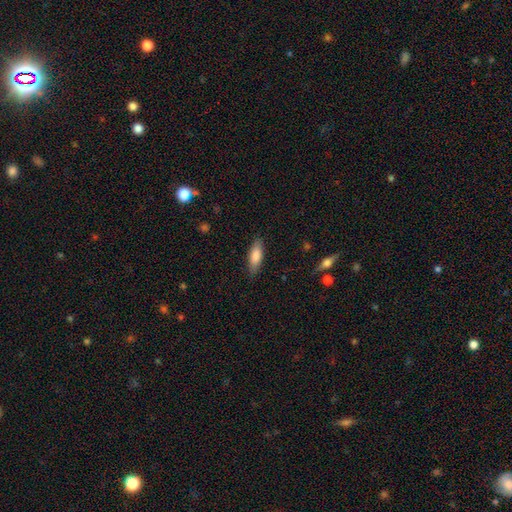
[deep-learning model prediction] This appears to be a smooth galaxy with no disk features (82%) that is in between round and cigar-shaped (58%). Merging: none (86%).